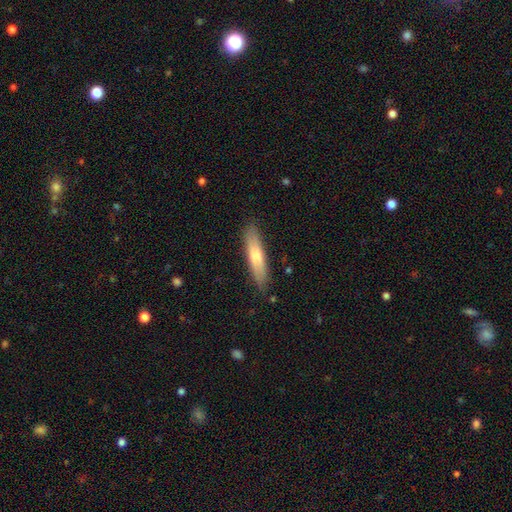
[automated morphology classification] This is likely a smooth galaxy (68%). How rounded: clearly cigar-shaped (81%). Merging: clearly none (86%).